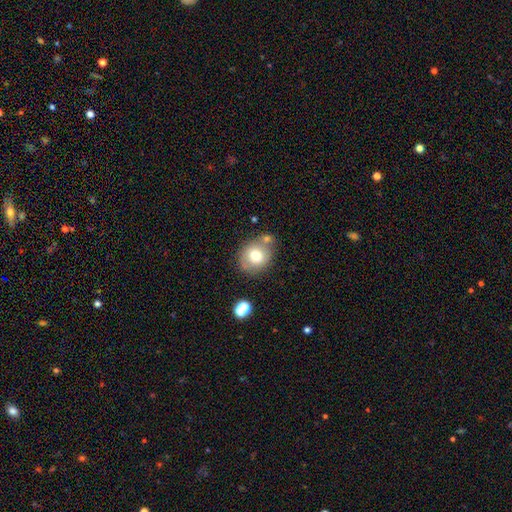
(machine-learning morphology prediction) Smooth or featured: smooth — 72% (featured or disk — 19%)
How rounded: round — 65% (in between — 34%)
Merging: none — 64% (minor disturbance — 17%)